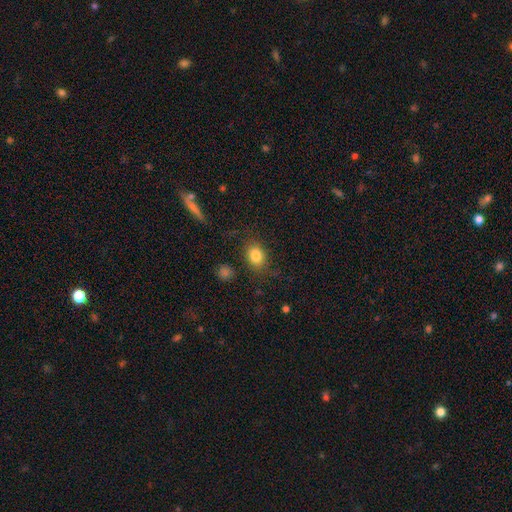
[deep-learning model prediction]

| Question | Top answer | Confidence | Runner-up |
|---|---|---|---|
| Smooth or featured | smooth | 82% | star or artifact (10%) |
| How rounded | in between | 58% | round (41%) |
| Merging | none | 78% | minor disturbance (13%) |